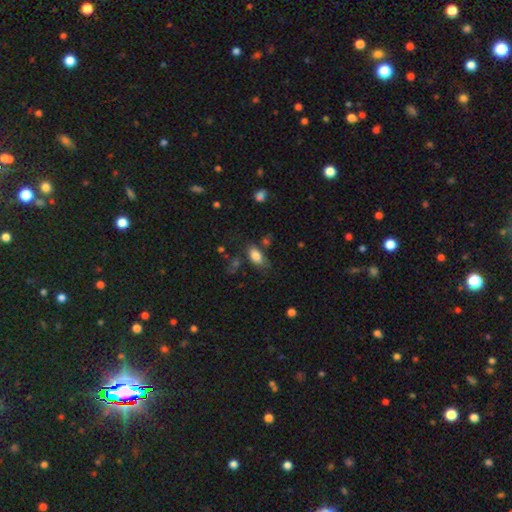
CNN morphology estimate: This appears to be a smooth galaxy with no disk features (82%) that is in between round and cigar-shaped (89%). Merging: none (62%).